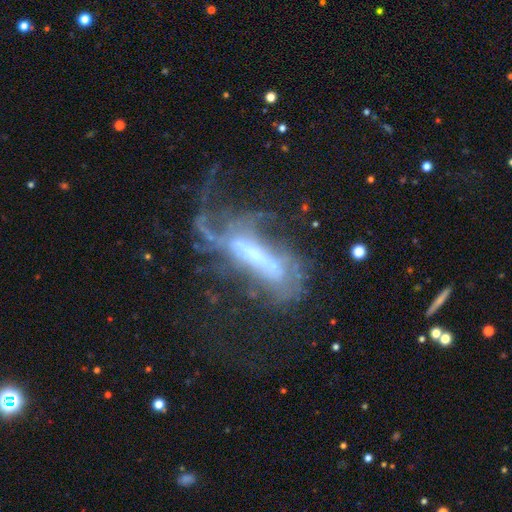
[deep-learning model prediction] Smooth or featured? featured or disk (74%)
Edge-on disk? no (77%)
Bar? strong (56%)
Spiral arms? yes (66%)
Bulge size? small (39%)
Merging? major disturbance (51%)